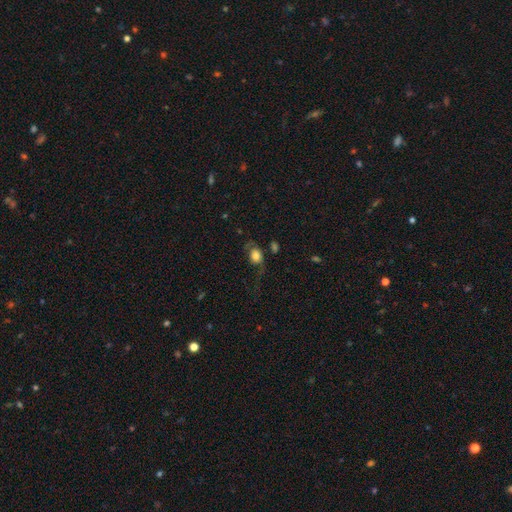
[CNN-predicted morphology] Smooth or featured: smooth — 70% (featured or disk — 20%)
How rounded: in between — 50% (round — 48%)
Merging: none — 39% (major disturbance — 34%)